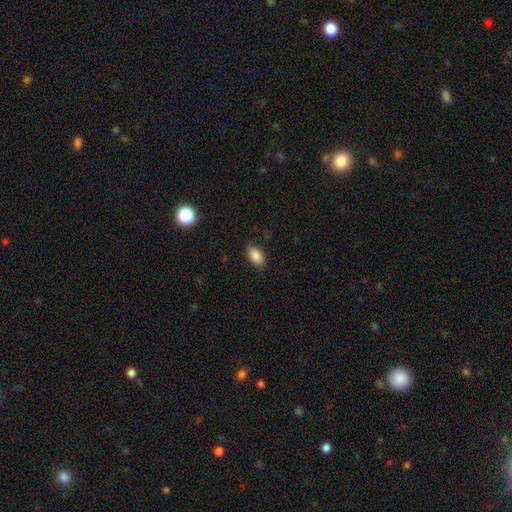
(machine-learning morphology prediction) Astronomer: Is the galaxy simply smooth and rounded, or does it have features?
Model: smooth — 88%.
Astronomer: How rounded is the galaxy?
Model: in between — 92%.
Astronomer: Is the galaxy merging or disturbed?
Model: none — 86%.